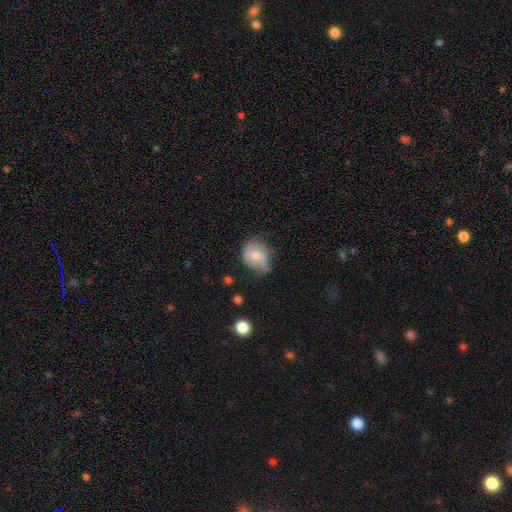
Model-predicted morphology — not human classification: Q: Smooth or featured?
A: smooth (59%); runner-up: featured or disk (33%)
Q: How rounded?
A: round (57%); runner-up: in between (42%)
Q: Merging?
A: minor disturbance (42%); runner-up: none (38%)